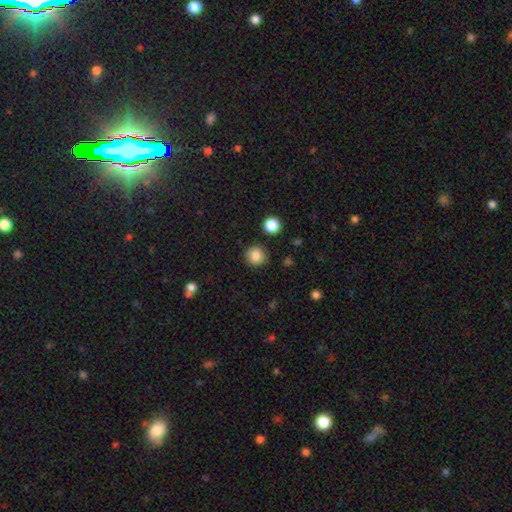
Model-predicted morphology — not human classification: Smooth or featured?
  - smooth: 84% *
  - star or artifact: 10%
  - featured or disk: 6%
How rounded?
  - round: 92% *
  - in between: 7%
  - cigar-shaped: 1%
Merging?
  - none: 89% *
  - minor disturbance: 7%
  - major disturbance: 2%
  - merger: 2%